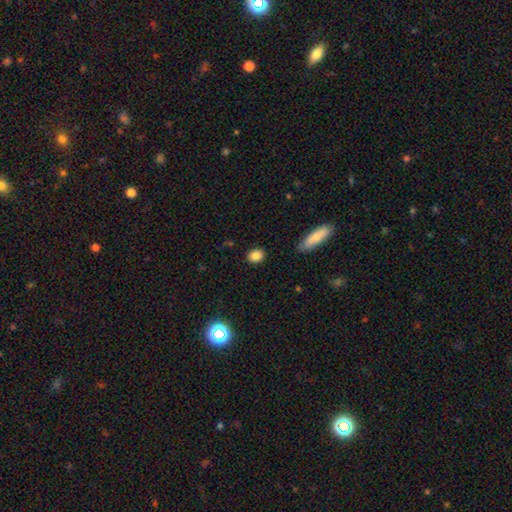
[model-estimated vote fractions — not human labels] smooth_or_featured: smooth (p=0.85) [alt: star or artifact p=0.09]
how_rounded: in between (p=0.51) [alt: round p=0.47]
merging: none (p=0.88) [alt: minor disturbance p=0.09]